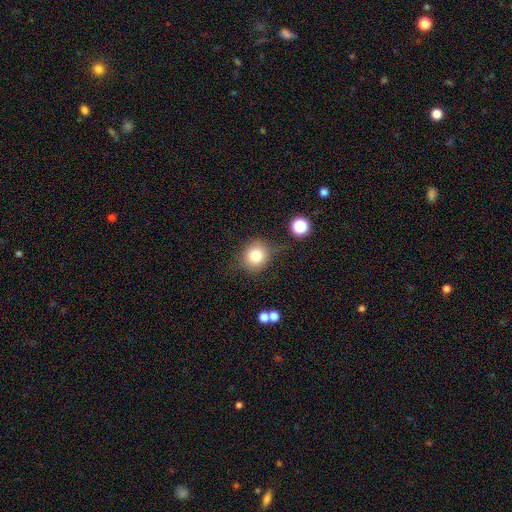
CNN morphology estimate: Overall: smooth (81%). How rounded: round (81%). Merging: none (70%).